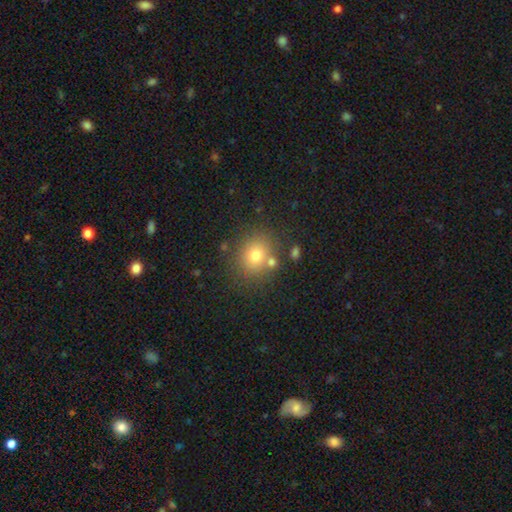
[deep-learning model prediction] A smooth galaxy with no disk features (73%) that is round (73%). Merging: none (75%).